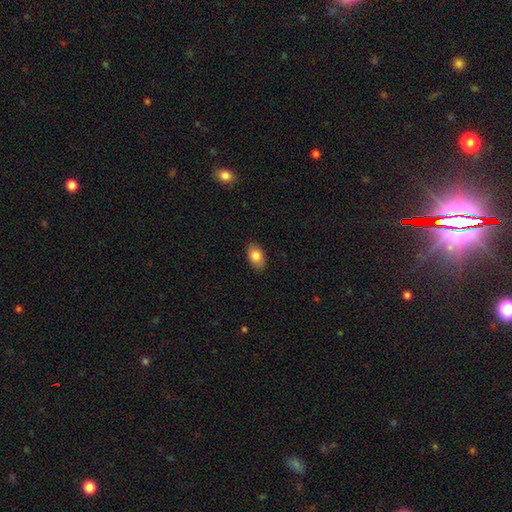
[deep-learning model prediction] Smooth or featured?
  - smooth: 83% *
  - featured or disk: 9%
  - star or artifact: 7%
How rounded?
  - in between: 89% *
  - round: 10%
  - cigar-shaped: 1%
Merging?
  - none: 88% *
  - minor disturbance: 9%
  - major disturbance: 2%
  - merger: 1%